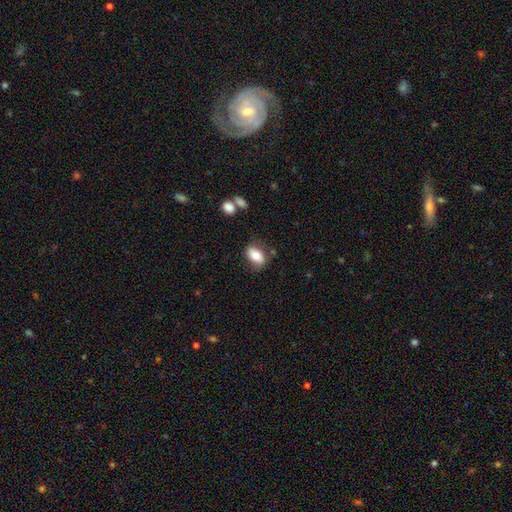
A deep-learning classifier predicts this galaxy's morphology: Smooth or featured? smooth (75%)
How rounded? in between (87%)
Merging? none (71%)